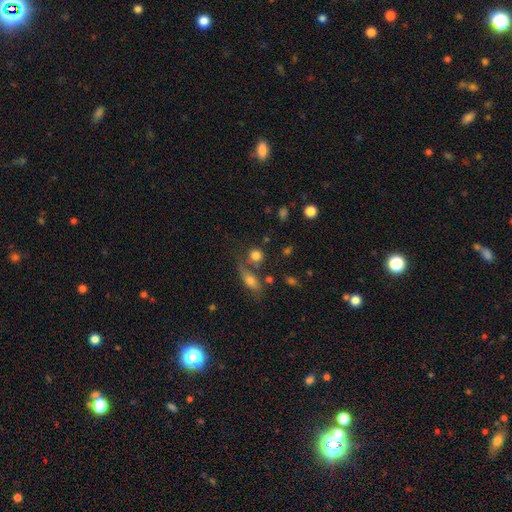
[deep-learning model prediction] This appears to be a smooth galaxy with no disk features (79%) that is round (82%). Merging: none (58%).